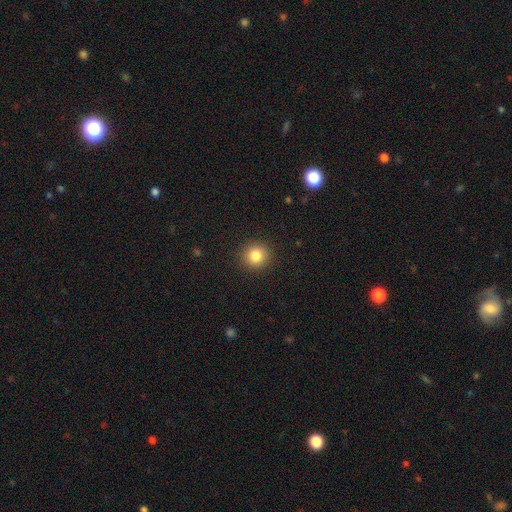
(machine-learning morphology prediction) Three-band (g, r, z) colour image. It shows a smooth galaxy with no disk features (84%) that is round (92%). Merging: none (92%).